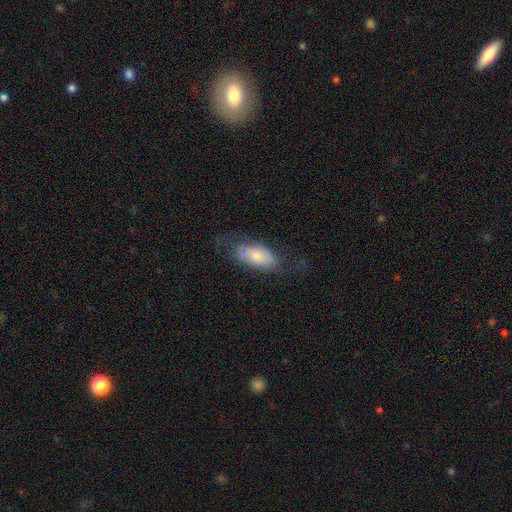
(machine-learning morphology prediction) Q: Smooth or featured?
A: smooth (61%); runner-up: featured or disk (31%)
Q: How rounded?
A: in between (86%); runner-up: cigar-shaped (11%)
Q: Merging?
A: none (50%); runner-up: minor disturbance (27%)